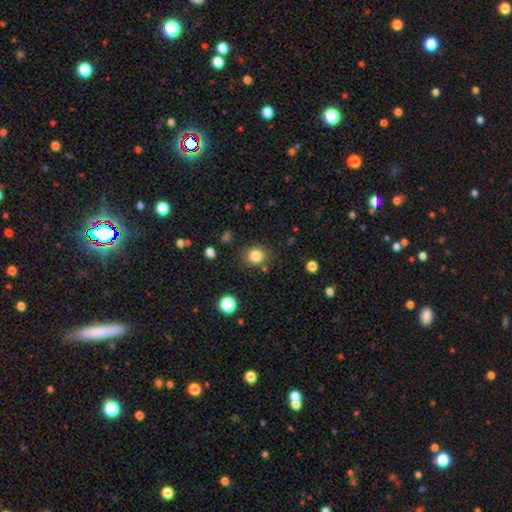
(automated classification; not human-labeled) Smooth or featured? Predicted: smooth (p=0.83). How rounded? Predicted: round (p=0.80). Merging? Predicted: none (p=0.82).